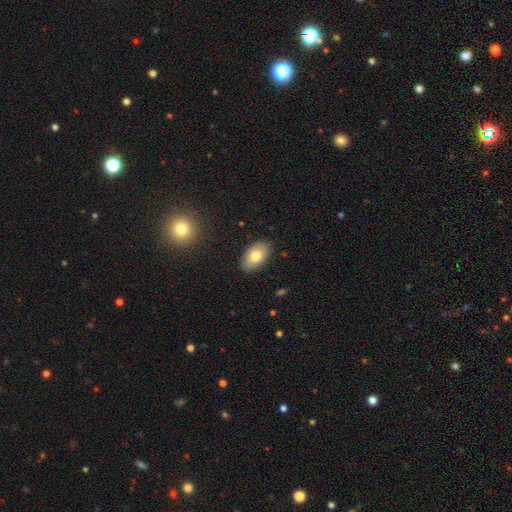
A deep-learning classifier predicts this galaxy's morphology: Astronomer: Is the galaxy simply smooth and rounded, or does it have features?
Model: smooth — 74%.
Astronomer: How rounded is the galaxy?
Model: in between — 93%.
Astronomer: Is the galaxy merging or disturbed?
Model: none — 86%.